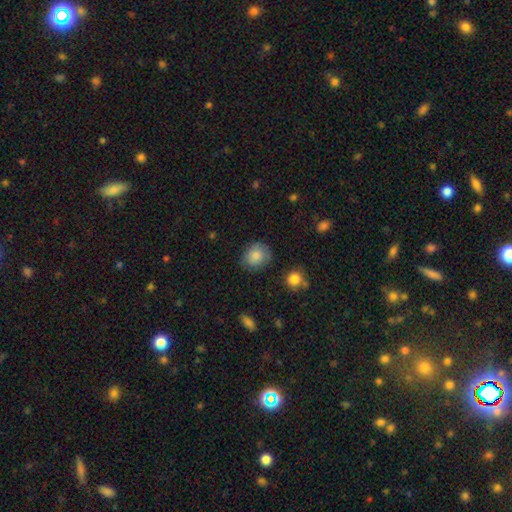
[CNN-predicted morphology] This appears to be a smooth galaxy with no disk features (82%) that is round (68%). Merging: none (73%).